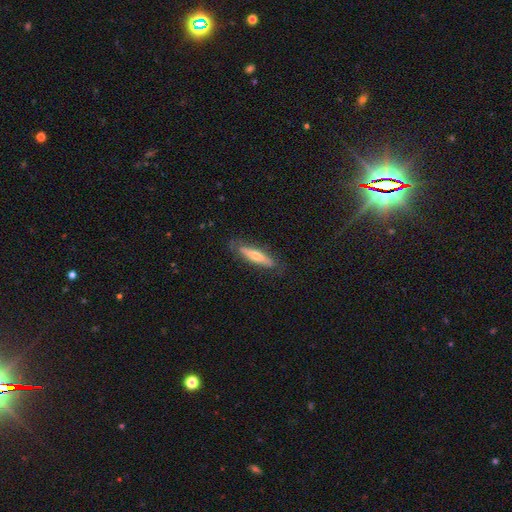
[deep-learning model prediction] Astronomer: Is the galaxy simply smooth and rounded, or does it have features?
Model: smooth — 50% (runner-up: featured or disk, 44%).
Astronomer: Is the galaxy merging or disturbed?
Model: none — 80%.